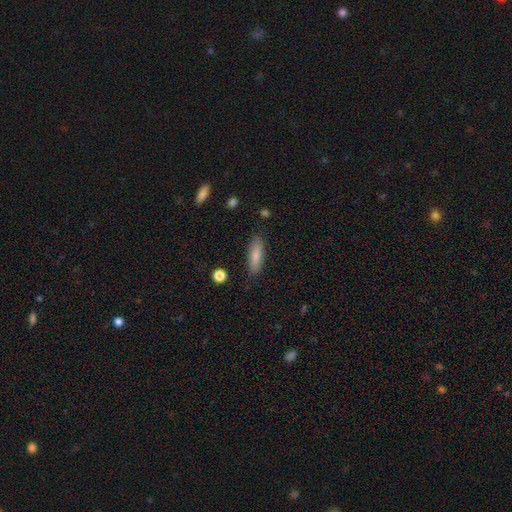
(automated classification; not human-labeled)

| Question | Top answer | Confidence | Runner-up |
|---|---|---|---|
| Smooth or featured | smooth | 79% | featured or disk (15%) |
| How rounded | cigar-shaped | 50% | in between (48%) |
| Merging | none | 85% | minor disturbance (11%) |